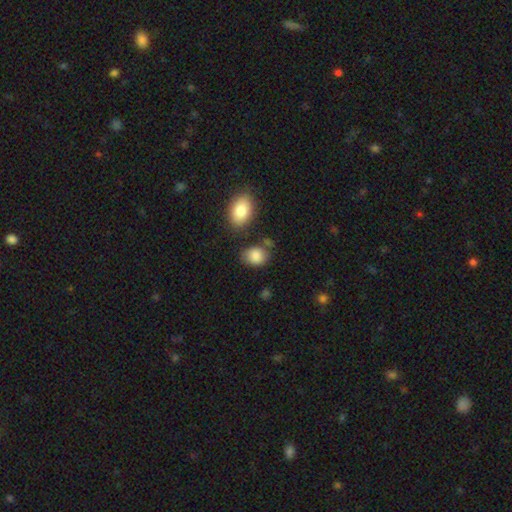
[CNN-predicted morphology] Smooth or featured? Predicted: smooth (p=0.85). How rounded? Predicted: in between (p=0.68). Merging? Predicted: none (p=0.62).